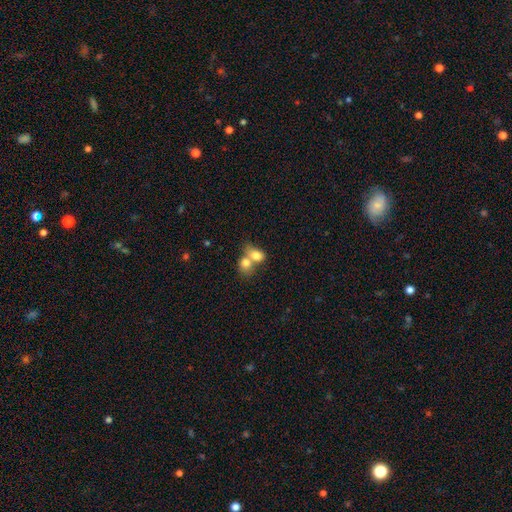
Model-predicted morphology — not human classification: type=smooth (77%); roundness=in between (58%); merging=merger (70%).